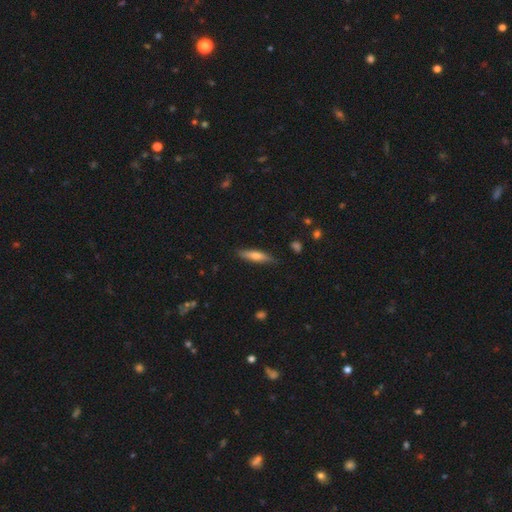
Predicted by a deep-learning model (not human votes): Smooth or featured? smooth (60%)
How rounded? cigar-shaped (76%)
Merging? none (85%)